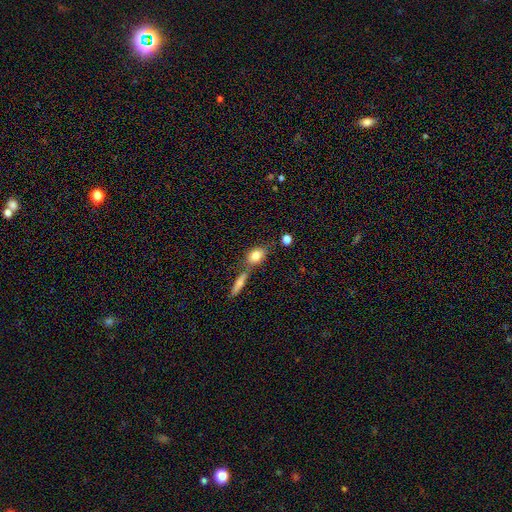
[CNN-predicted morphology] This appears to be a smooth galaxy with no disk features (80%) that is in between round and cigar-shaped (64%). Merging: none (56%).